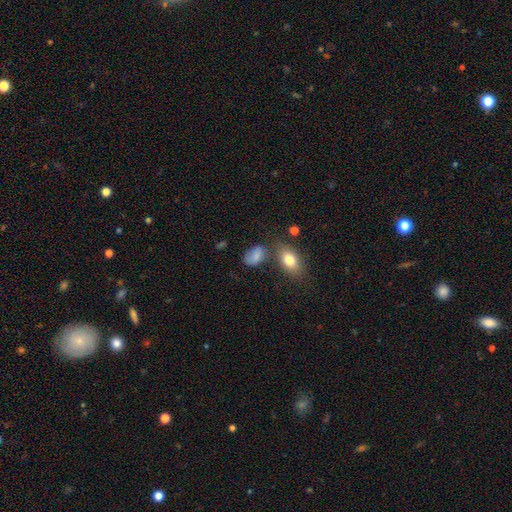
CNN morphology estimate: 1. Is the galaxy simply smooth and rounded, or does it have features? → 78% smooth, 11% featured or disk, 11% star or artifact.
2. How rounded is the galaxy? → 85% in between, 13% round, 2% cigar-shaped.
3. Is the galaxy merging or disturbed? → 56% none, 25% minor disturbance, 11% merger, 9% major disturbance.